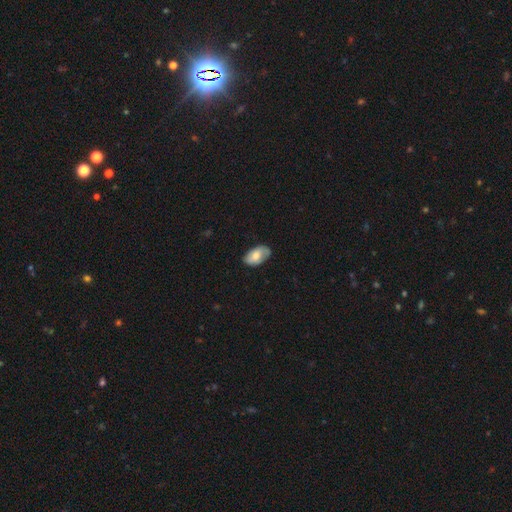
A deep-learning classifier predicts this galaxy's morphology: Q: Smooth or featured?
A: smooth (65%); runner-up: featured or disk (29%)
Q: How rounded?
A: in between (94%); runner-up: round (5%)
Q: Merging?
A: none (75%); runner-up: minor disturbance (20%)